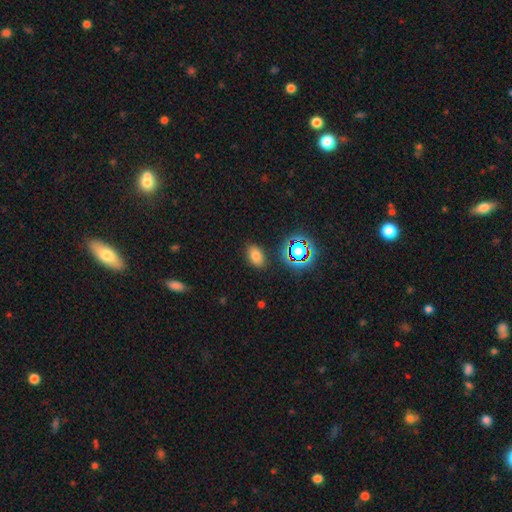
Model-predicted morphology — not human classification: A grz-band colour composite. It shows a smooth galaxy with no disk features (73%) that is in between round and cigar-shaped (86%). Merging: none (85%).